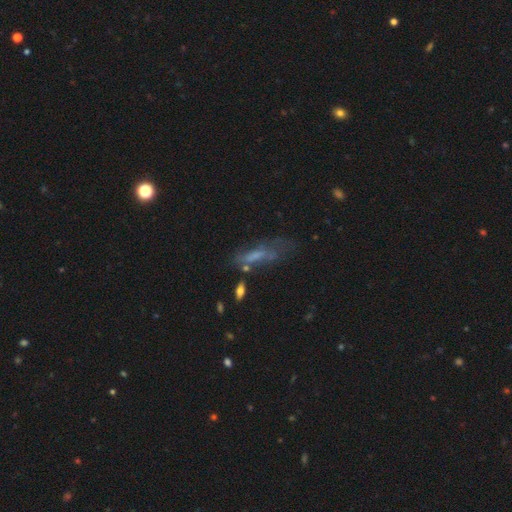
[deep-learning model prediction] Smooth or featured? Predicted: smooth (p=0.44). Merging? Predicted: none (p=0.43).